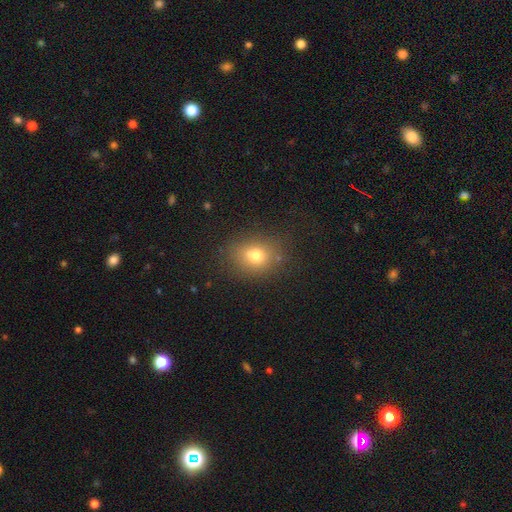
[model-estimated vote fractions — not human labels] The model was most divided on "how rounded": round: 57%, in between: 42%, cigar-shaped: 1%. More confident: smooth or featured — smooth (72%); merging — none (72%).